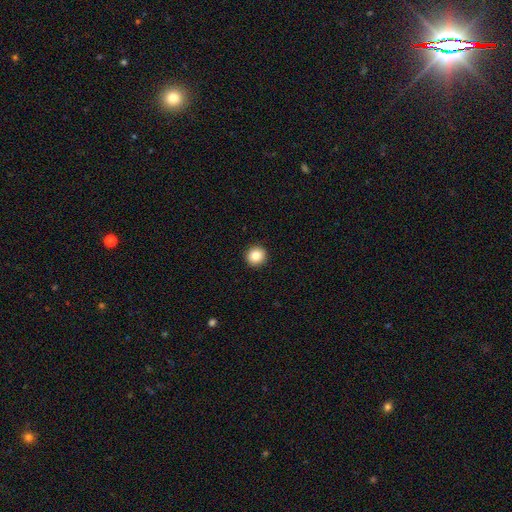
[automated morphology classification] Q: Smooth or featured?
A: smooth (85%); runner-up: star or artifact (9%)
Q: How rounded?
A: round (94%); runner-up: in between (6%)
Q: Merging?
A: none (94%); runner-up: minor disturbance (4%)